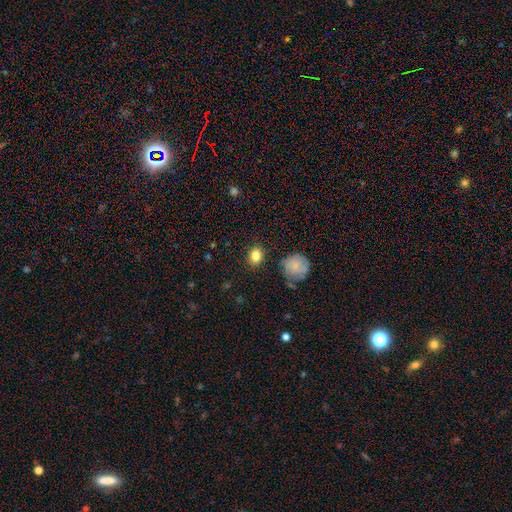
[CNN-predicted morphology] This is clearly a smooth galaxy (83%). How rounded: possibly round (55%). Merging: clearly none (85%).